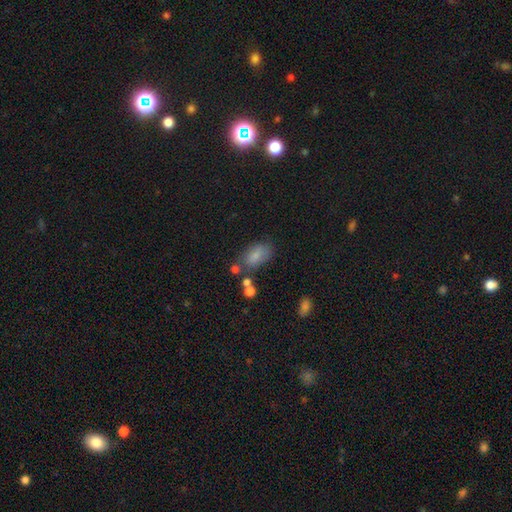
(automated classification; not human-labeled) Q: Smooth or featured?
A: smooth (78%); runner-up: featured or disk (11%)
Q: How rounded?
A: in between (89%); runner-up: round (7%)
Q: Merging?
A: none (54%); runner-up: minor disturbance (24%)